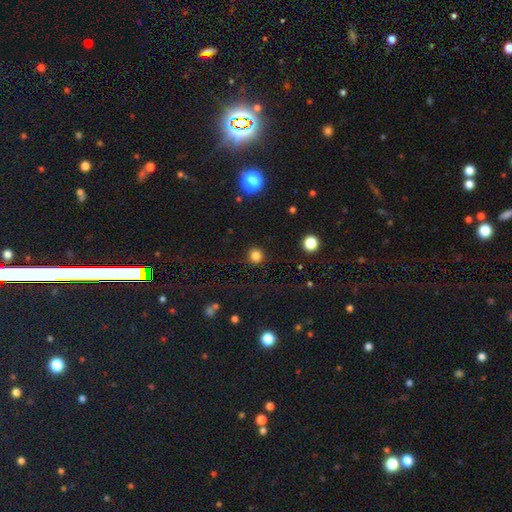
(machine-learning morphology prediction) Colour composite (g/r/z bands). It shows a smooth galaxy with no disk features (82%) that is round (93%). Merging: none (91%).